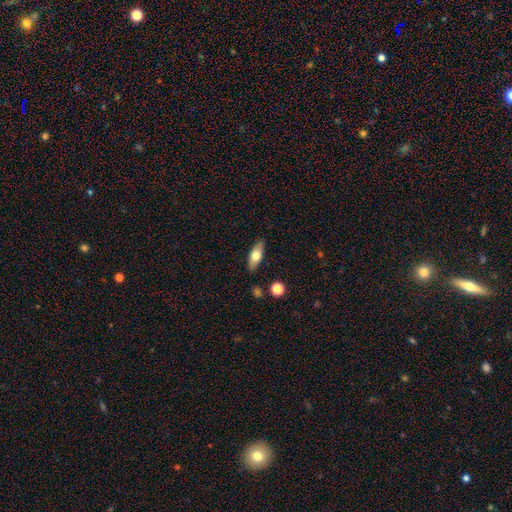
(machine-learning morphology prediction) Smooth or featured? Predicted: smooth (p=0.64). How rounded? Predicted: in between (p=0.72). Merging? Predicted: none (p=0.87).